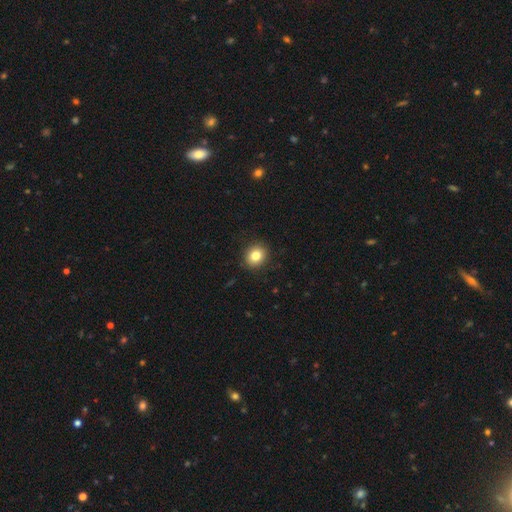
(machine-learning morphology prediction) smooth 83%, star or artifact 10%, featured or disk 7%. Down the decision tree: how rounded — round (71%); merging — none (91%).